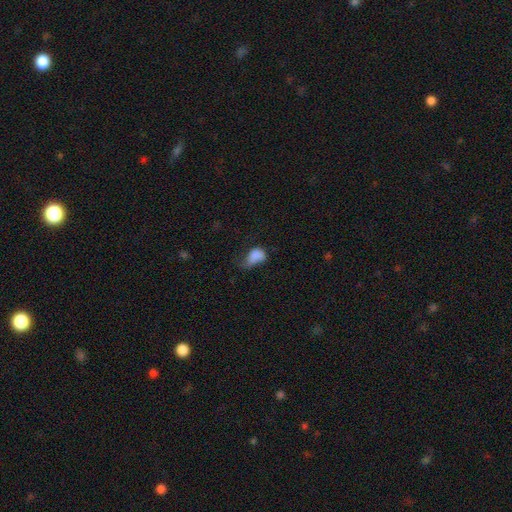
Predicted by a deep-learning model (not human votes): A smooth galaxy with no disk features (75%) that is in between round and cigar-shaped (86%).

Vote fractions:
- Smooth or featured? smooth: 75% / featured or disk: 14% / star or artifact: 11%
- How rounded? in between: 86% / round: 12% / cigar-shaped: 2%
- Merging? major disturbance: 39% / minor disturbance: 33% / none: 21% / merger: 7%